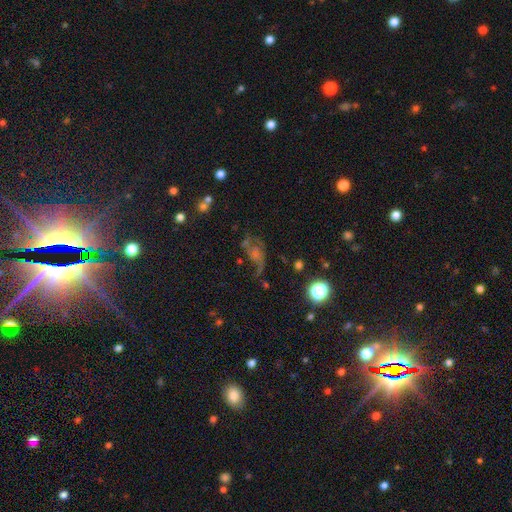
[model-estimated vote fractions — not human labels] This appears to be a featured or disk galaxy (43%). Merging: none (38%).